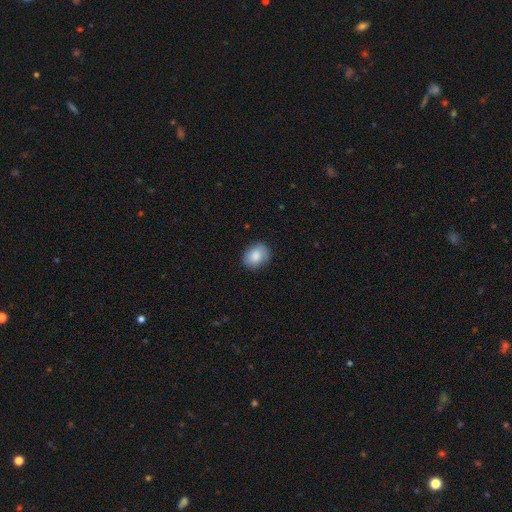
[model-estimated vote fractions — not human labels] Morphology: type=smooth (85%); roundness=round (50%); merging=none (82%).